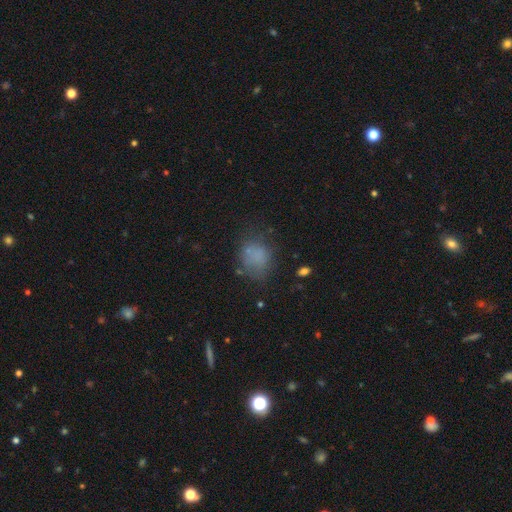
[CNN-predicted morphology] smooth-or-featured: smooth: 72% | star or artifact: 15% | featured or disk: 13%
  how-rounded: round: 53% | in between: 46% | cigar-shaped: 1%
  merging: none: 55% | minor disturbance: 24% | major disturbance: 16% | merger: 5%